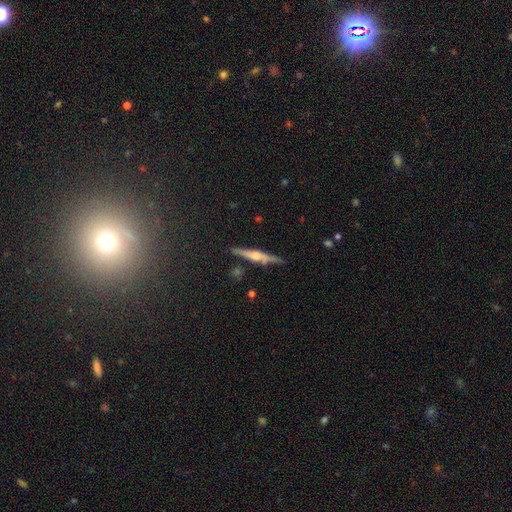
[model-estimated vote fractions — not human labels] Smooth or featured? Predicted: featured or disk (p=0.67). Edge-on disk? Predicted: yes (p=0.97). Edge-on bulge? Predicted: rounded (p=0.76). Merging? Predicted: none (p=0.83).